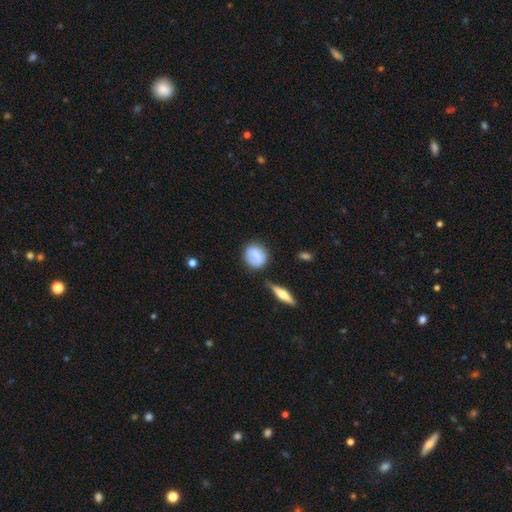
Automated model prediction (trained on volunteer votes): This appears to be a smooth galaxy with no disk features (71%) that is round (73%). Merging: none (67%).